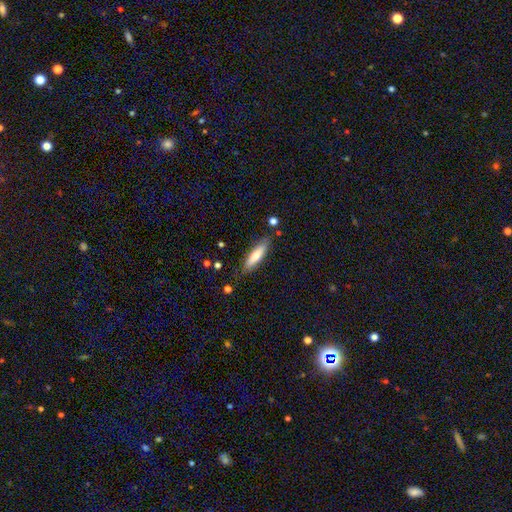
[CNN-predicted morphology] Smooth or featured?
  - smooth: 70% *
  - featured or disk: 24%
  - star or artifact: 6%
How rounded?
  - cigar-shaped: 69% *
  - in between: 30%
  - round: 1%
Merging?
  - none: 82% *
  - minor disturbance: 13%
  - major disturbance: 3%
  - merger: 2%